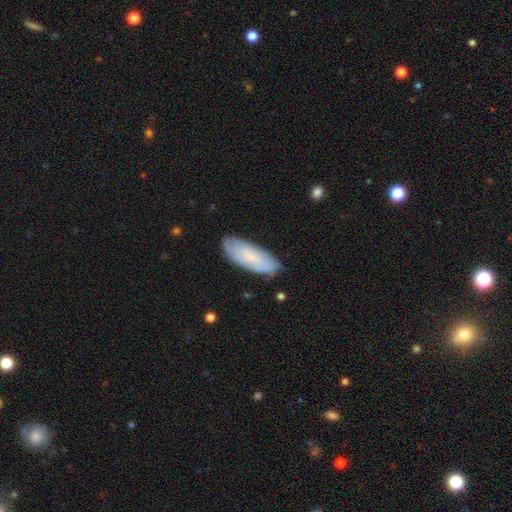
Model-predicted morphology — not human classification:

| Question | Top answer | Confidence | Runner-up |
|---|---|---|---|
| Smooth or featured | smooth | 67% | featured or disk (27%) |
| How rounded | in between | 72% | cigar-shaped (26%) |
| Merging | none | 78% | minor disturbance (17%) |